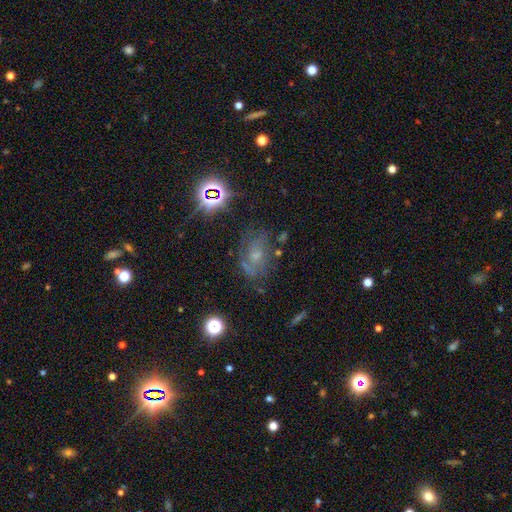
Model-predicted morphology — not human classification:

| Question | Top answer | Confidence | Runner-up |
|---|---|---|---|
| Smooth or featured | featured or disk | 48% | star or artifact (28%) |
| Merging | none | 63% | minor disturbance (21%) |